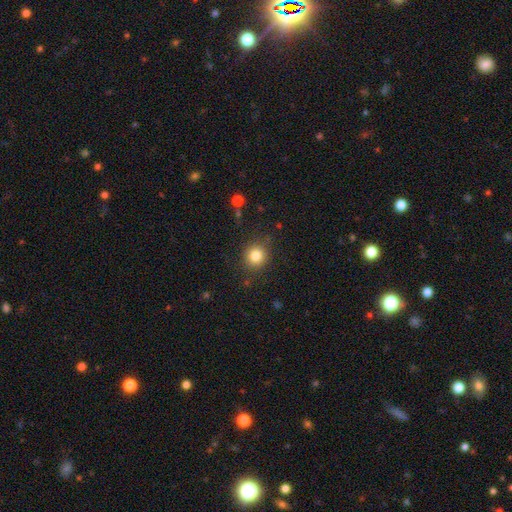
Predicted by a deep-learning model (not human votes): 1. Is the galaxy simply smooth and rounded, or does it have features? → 82% smooth, 11% star or artifact, 6% featured or disk.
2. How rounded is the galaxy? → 88% round, 11% in between, 1% cigar-shaped.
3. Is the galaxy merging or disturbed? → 87% none, 9% minor disturbance, 3% major disturbance, 2% merger.